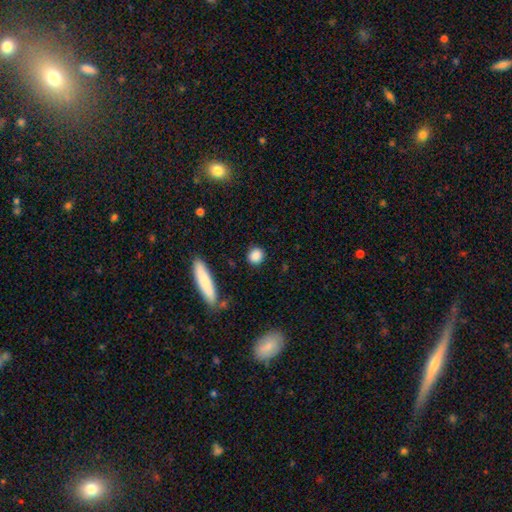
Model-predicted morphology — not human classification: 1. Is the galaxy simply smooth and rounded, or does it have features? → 87% smooth, 8% star or artifact, 5% featured or disk.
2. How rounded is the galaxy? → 74% round, 21% in between, 5% cigar-shaped.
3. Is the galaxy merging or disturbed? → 87% none, 8% minor disturbance, 3% major disturbance, 2% merger.